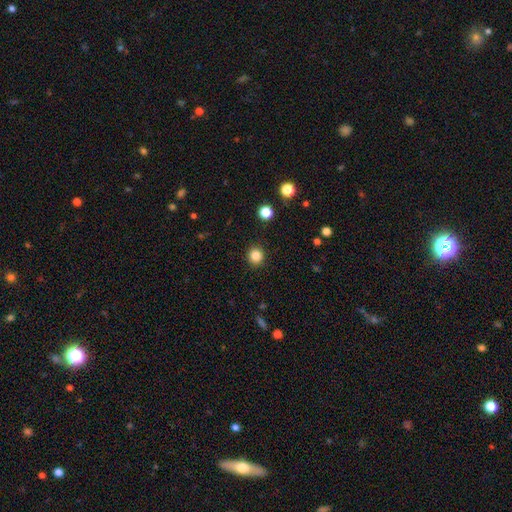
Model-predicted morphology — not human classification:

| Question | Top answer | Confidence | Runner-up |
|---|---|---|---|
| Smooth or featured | smooth | 84% | star or artifact (12%) |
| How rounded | round | 90% | in between (9%) |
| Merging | none | 92% | minor disturbance (5%) |